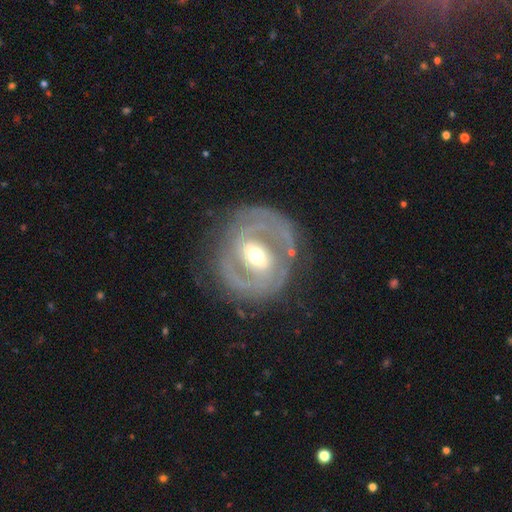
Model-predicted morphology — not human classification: This appears to be a featured or disk galaxy (82%) with a weak bar (41%), 2 (70%) tight (53%) spiral arms (78%) and a moderate central bulge (64%). Merging: none (76%).